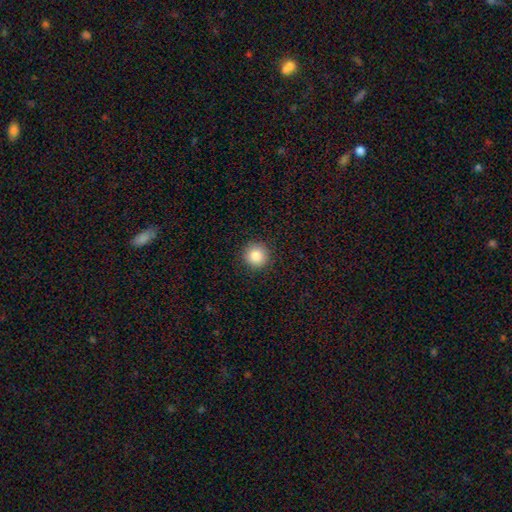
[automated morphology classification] smooth 87%, star or artifact 9%, featured or disk 4%. Down the decision tree: how rounded — round (94%); merging — none (91%).